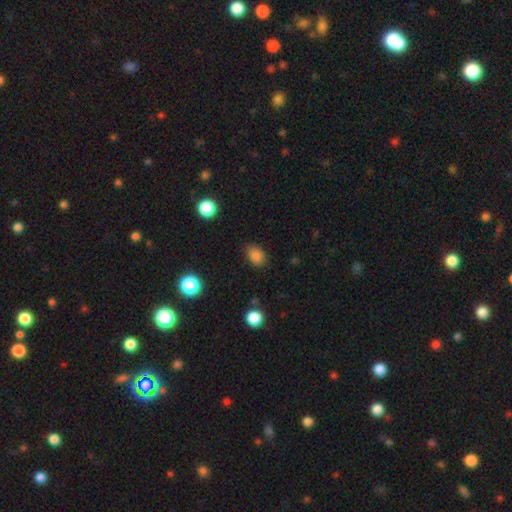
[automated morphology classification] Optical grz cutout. It shows a smooth galaxy with no disk features (84%) that is in between round and cigar-shaped (72%). Merging: none (83%).